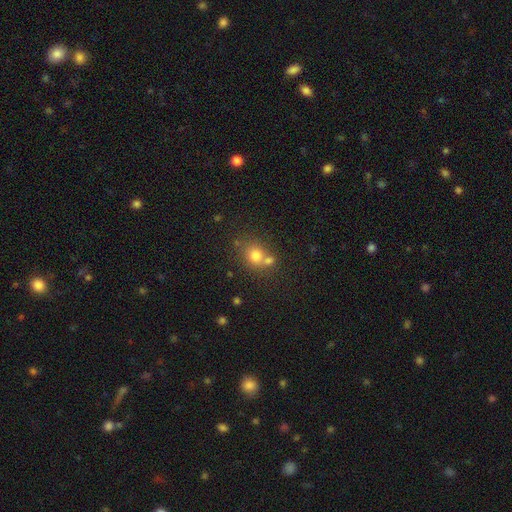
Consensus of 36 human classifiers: A smooth galaxy with no disk features (94%) that is round (79%).

Vote fractions:
- Smooth or featured? smooth: 94% / featured or disk: 6% / star or artifact: 0%
- How rounded? round: 79% / in between: 21% / cigar-shaped: 0%
- Merging? none: 53% / merger: 36% / minor disturbance: 11% / major disturbance: 0%